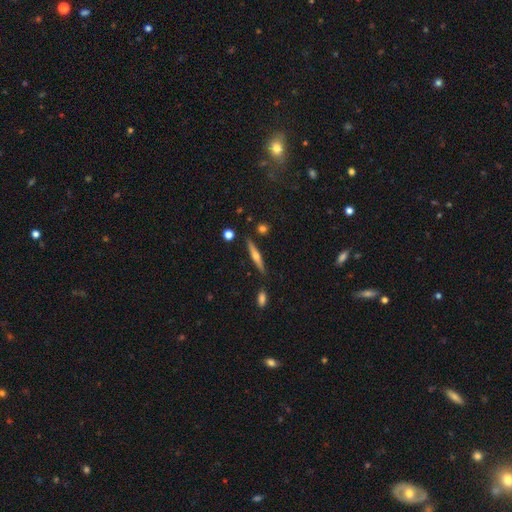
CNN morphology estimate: type=featured or disk (59%); edge-on=yes (97%); edge-on bulge=rounded (86%); merging=none (87%).